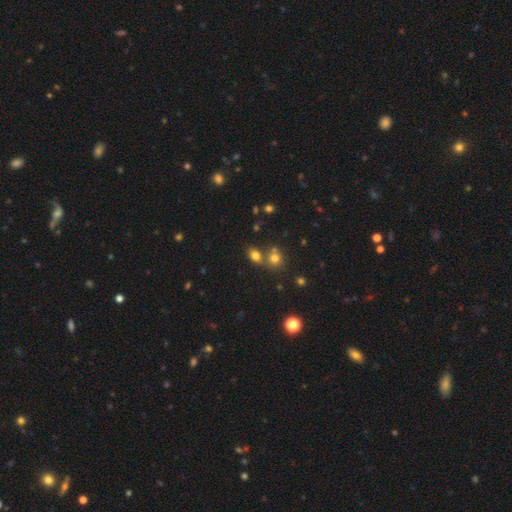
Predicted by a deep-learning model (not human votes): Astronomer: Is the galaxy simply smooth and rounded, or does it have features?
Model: smooth — 75%.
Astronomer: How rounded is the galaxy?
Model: in between — 56% (runner-up: round, 42%).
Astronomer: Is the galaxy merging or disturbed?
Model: none — 54% (runner-up: merger, 33%).